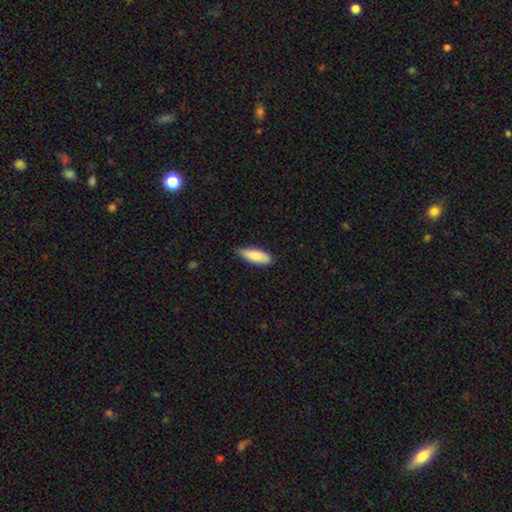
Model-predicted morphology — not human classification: smooth 85%, featured or disk 9%, star or artifact 6%. Down the decision tree: how rounded — in between (64%); merging — none (80%).